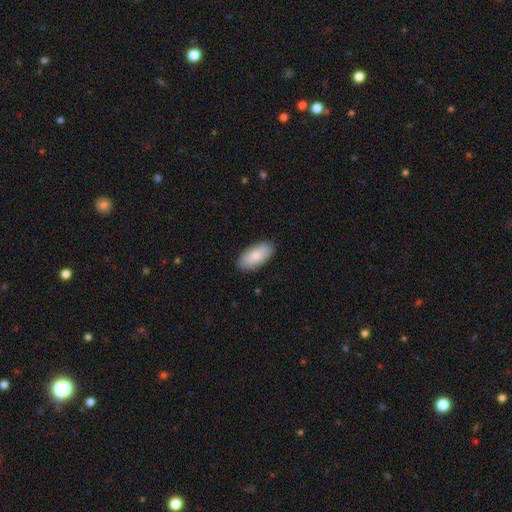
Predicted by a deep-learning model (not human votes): The model was most divided on "smooth or featured": smooth: 84%, featured or disk: 11%, star or artifact: 6%. More confident: how rounded — in between (92%); merging — none (88%).